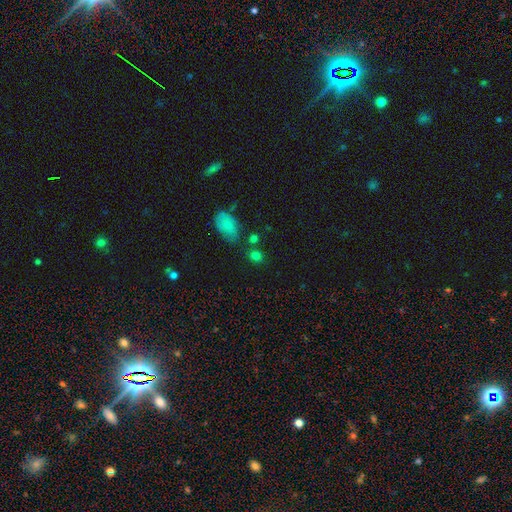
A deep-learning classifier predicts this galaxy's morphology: A smooth galaxy with no disk features (80%) that is round (68%).

Vote fractions:
- Smooth or featured? smooth: 80% / star or artifact: 14% / featured or disk: 6%
- How rounded? round: 68% / in between: 30% / cigar-shaped: 2%
- Merging? none: 70% / merger: 14% / minor disturbance: 13% / major disturbance: 4%